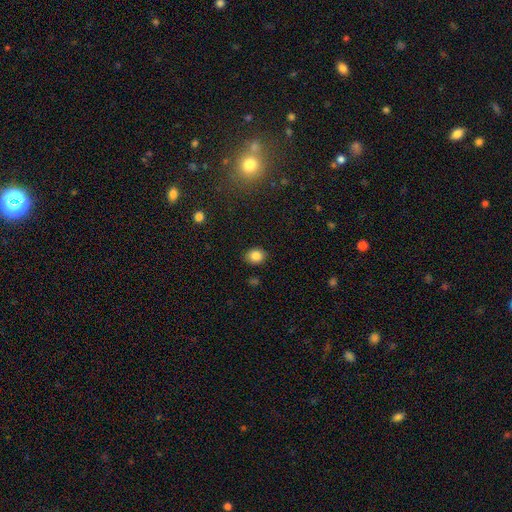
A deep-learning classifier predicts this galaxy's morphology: A smooth galaxy with no disk features (85%) that is round (62%). Merging: none (87%).